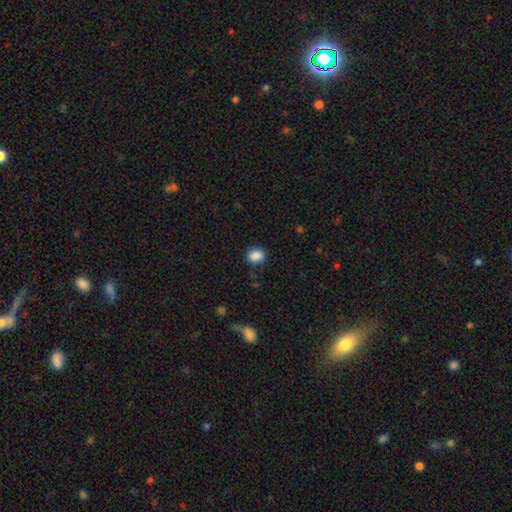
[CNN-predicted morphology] Smooth or featured? Predicted: smooth (p=0.88). How rounded? Predicted: in between (p=0.51). Merging? Predicted: none (p=0.87).